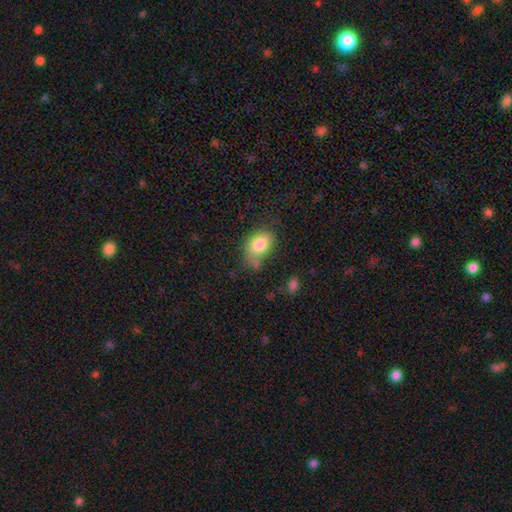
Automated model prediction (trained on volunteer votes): smooth 73%, star or artifact 15%, featured or disk 12%. Down the decision tree: how rounded — in between (63%); merging — none (65%).